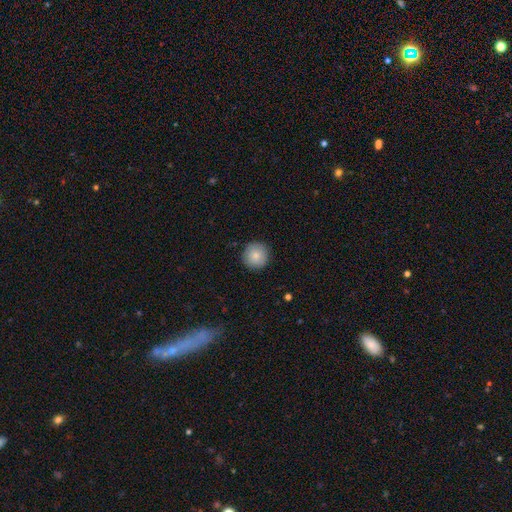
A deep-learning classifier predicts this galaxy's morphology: Smooth or featured? Predicted: smooth (p=0.83). How rounded? Predicted: round (p=0.95). Merging? Predicted: none (p=0.90).